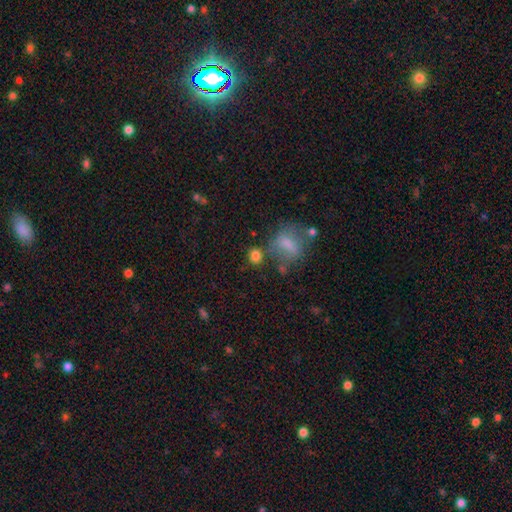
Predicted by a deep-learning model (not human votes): The model was most divided on "how rounded": round: 68%, in between: 30%, cigar-shaped: 2%. More confident: smooth or featured — smooth (80%); merging — none (66%).